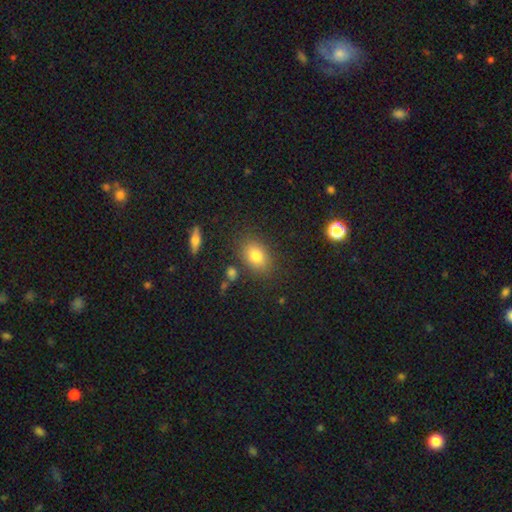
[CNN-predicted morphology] smooth_or_featured: smooth (p=0.79) [alt: star or artifact p=0.11]
how_rounded: in between (p=0.75) [alt: round p=0.23]
merging: none (p=0.80) [alt: minor disturbance p=0.12]